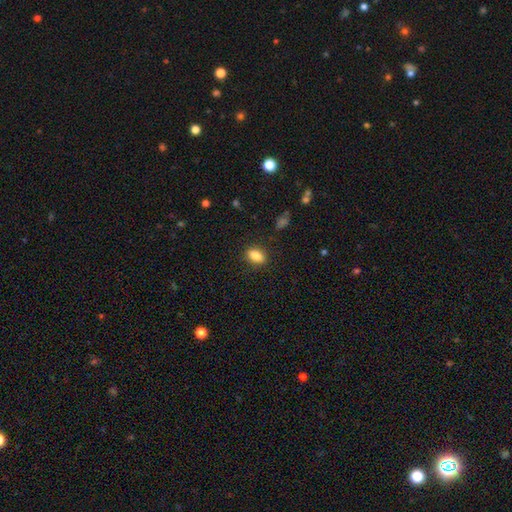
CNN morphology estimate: Smooth or featured?
  - smooth: 86% *
  - star or artifact: 8%
  - featured or disk: 6%
How rounded?
  - in between: 84% *
  - round: 11%
  - cigar-shaped: 5%
Merging?
  - none: 86% *
  - minor disturbance: 10%
  - major disturbance: 3%
  - merger: 1%